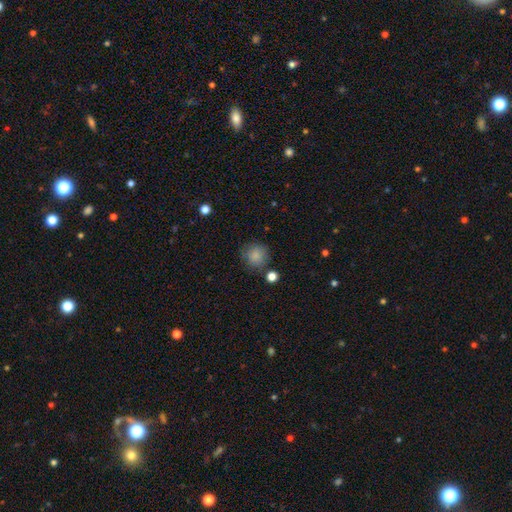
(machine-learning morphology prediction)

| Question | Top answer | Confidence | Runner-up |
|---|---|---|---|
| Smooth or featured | smooth | 85% | star or artifact (10%) |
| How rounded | round | 91% | in between (8%) |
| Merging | none | 78% | minor disturbance (13%) |